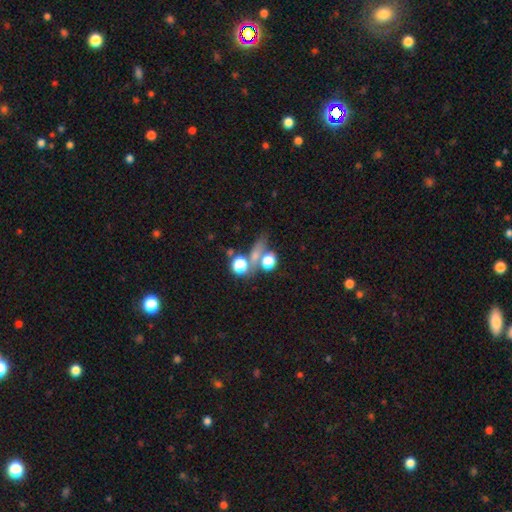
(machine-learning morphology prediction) Smooth or featured? Predicted: smooth (p=0.61). How rounded? Predicted: round (p=0.60). Merging? Predicted: none (p=0.45).